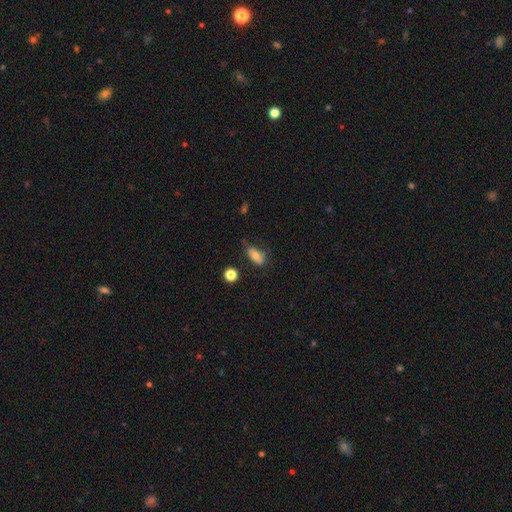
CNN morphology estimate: smooth-or-featured: smooth: 72% | featured or disk: 18% | star or artifact: 10%
  how-rounded: in between: 85% | cigar-shaped: 8% | round: 7%
  merging: none: 54% | minor disturbance: 30% | major disturbance: 12% | merger: 4%